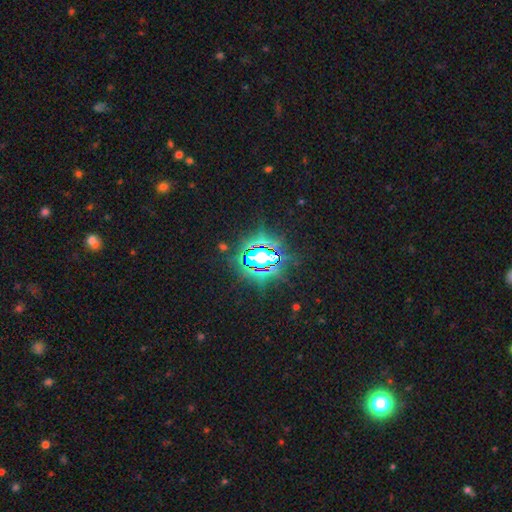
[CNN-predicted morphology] Smooth or featured? star or artifact (81%)